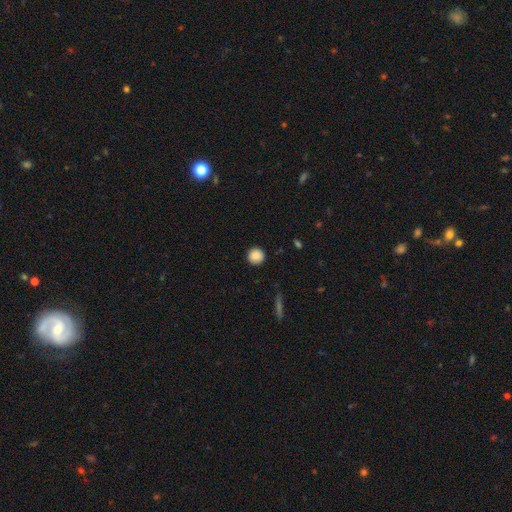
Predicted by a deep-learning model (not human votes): Q: Smooth or featured?
A: smooth (88%); runner-up: star or artifact (8%)
Q: How rounded?
A: round (94%); runner-up: in between (5%)
Q: Merging?
A: none (92%); runner-up: minor disturbance (6%)